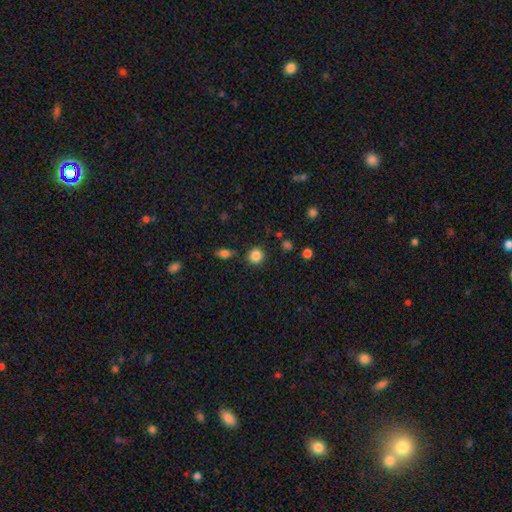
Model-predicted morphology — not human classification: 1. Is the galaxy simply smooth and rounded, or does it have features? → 86% smooth, 11% star or artifact, 4% featured or disk.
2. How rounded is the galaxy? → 90% round, 9% in between, 1% cigar-shaped.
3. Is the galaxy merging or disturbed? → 85% none, 8% minor disturbance, 4% merger, 3% major disturbance.